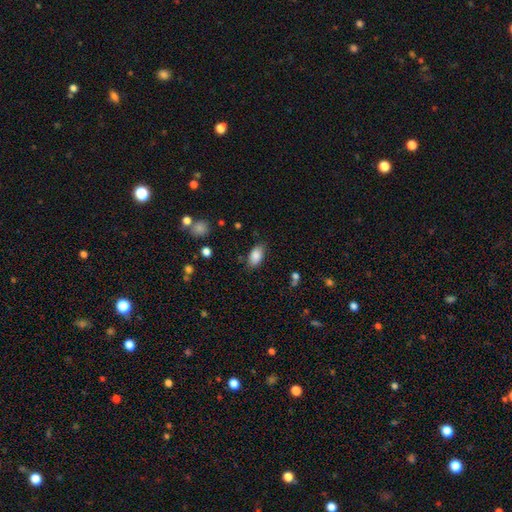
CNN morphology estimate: type=smooth (87%); roundness=in between (92%); merging=none (79%).